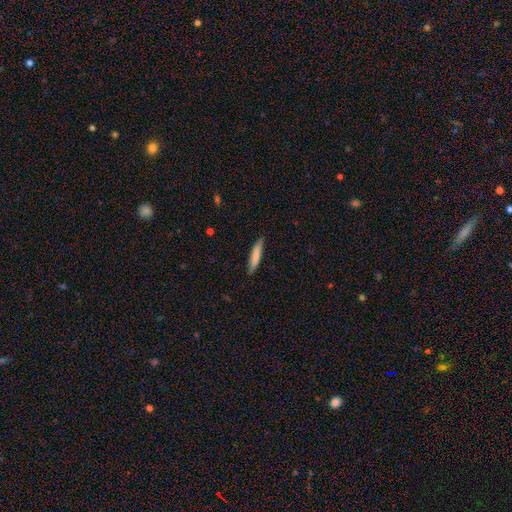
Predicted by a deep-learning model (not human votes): smooth_or_featured: smooth (p=0.79) [alt: featured or disk p=0.16]
how_rounded: cigar-shaped (p=0.90) [alt: in between p=0.09]
merging: none (p=0.85) [alt: minor disturbance p=0.12]